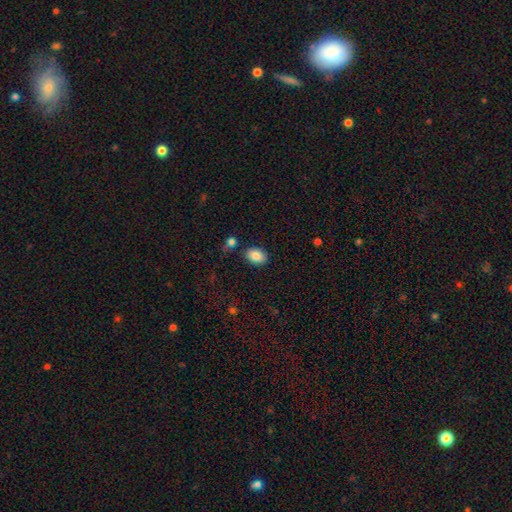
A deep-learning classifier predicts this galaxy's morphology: Smooth or featured? Predicted: smooth (p=0.86). How rounded? Predicted: in between (p=0.81). Merging? Predicted: none (p=0.82).